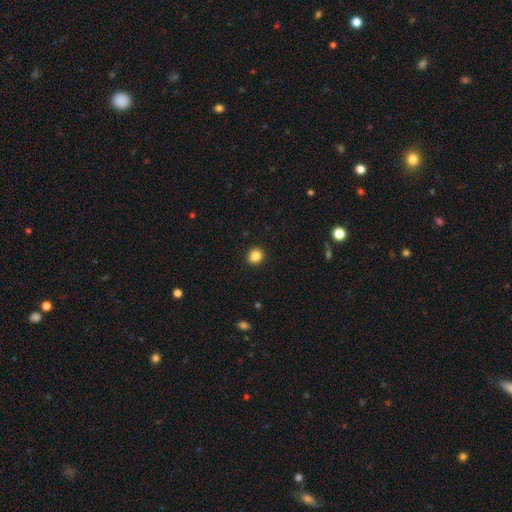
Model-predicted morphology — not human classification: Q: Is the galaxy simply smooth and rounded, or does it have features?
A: smooth — 86%.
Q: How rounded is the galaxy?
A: round — 76%.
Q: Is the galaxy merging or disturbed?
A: none — 92%.